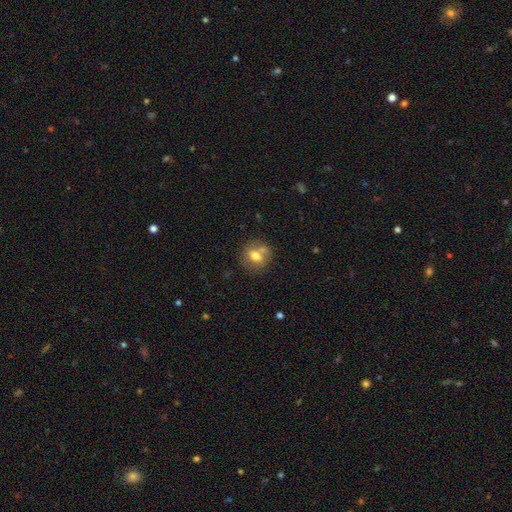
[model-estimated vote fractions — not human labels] smooth_or_featured: smooth (p=0.66) [alt: featured or disk p=0.25]
how_rounded: round (p=0.71) [alt: in between p=0.28]
merging: none (p=0.56) [alt: merger p=0.23]